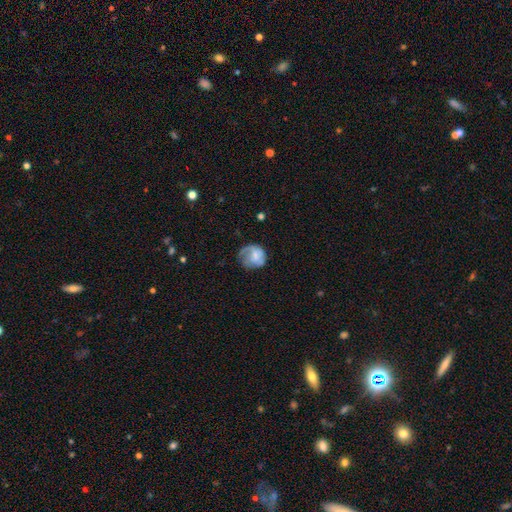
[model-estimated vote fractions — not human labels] This appears to be a smooth galaxy with no disk features (55%) that is round (73%). Merging: none (44%).